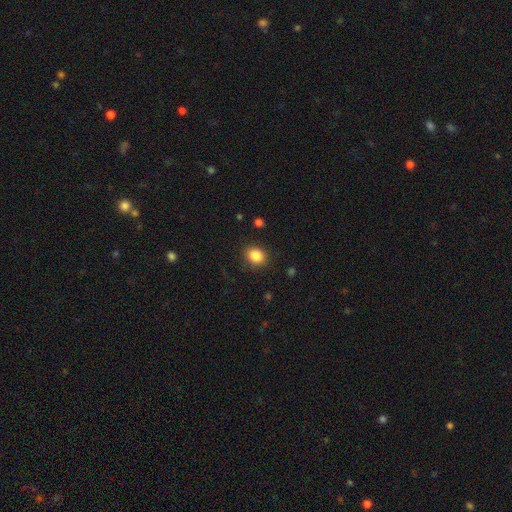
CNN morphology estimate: This is clearly a smooth galaxy (85%). How rounded: possibly round (58%). Merging: clearly none (87%).